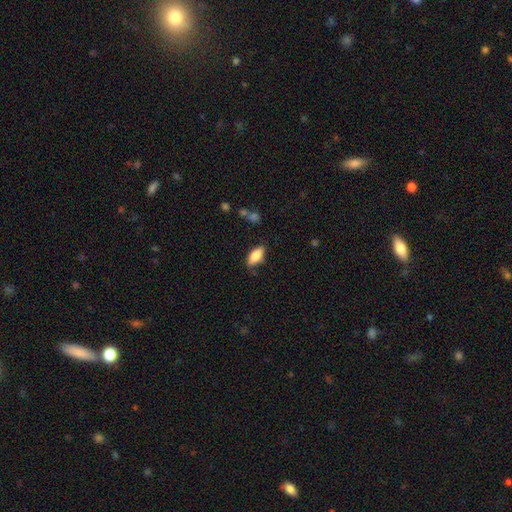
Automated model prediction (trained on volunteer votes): smooth 78%, featured or disk 15%, star or artifact 7%. Down the decision tree: how rounded — in between (83%); merging — none (79%).